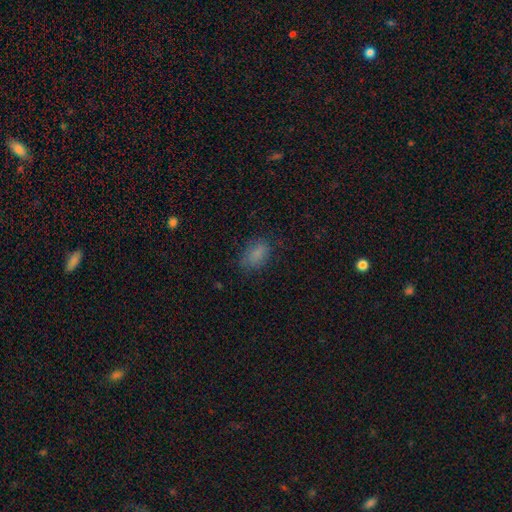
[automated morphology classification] Smooth or featured? smooth (82%)
How rounded? in between (86%)
Merging? none (73%)